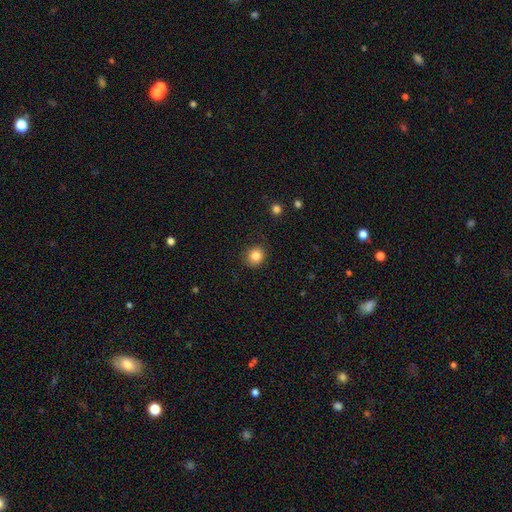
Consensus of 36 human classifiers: Smooth or featured? 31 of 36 (86%) said smooth. How rounded? 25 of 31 (81%) said round. Merging? 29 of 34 (85%) said none.